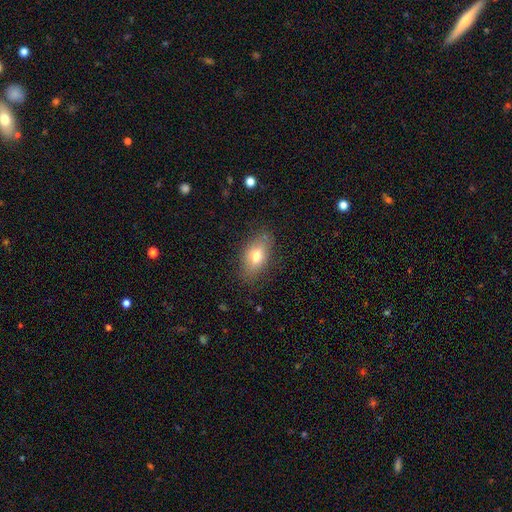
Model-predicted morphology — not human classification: Smooth or featured? smooth (71%)
How rounded? in between (86%)
Merging? none (79%)